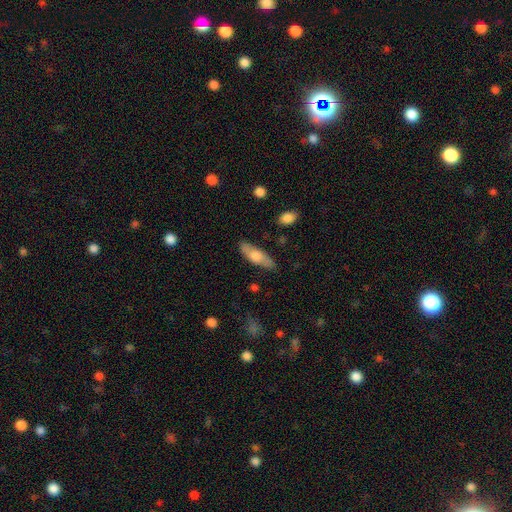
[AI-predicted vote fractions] The model was most divided on "how rounded": in between: 54%, cigar-shaped: 44%, round: 2%. More confident: merging — none (83%); smooth or featured — smooth (60%).